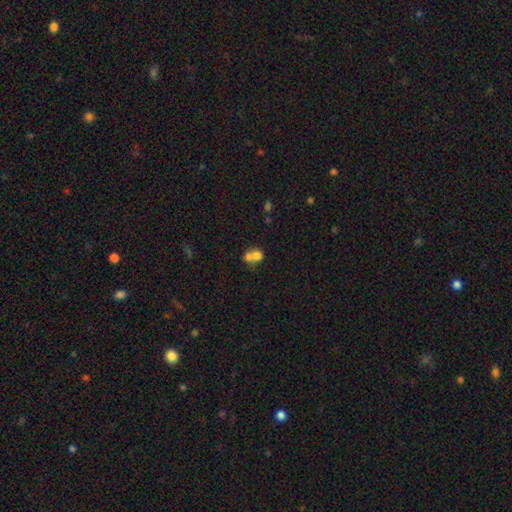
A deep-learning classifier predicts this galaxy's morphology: smooth 69%, featured or disk 20%, star or artifact 11%. Down the decision tree: how rounded — round (67%); merging — merger (66%).